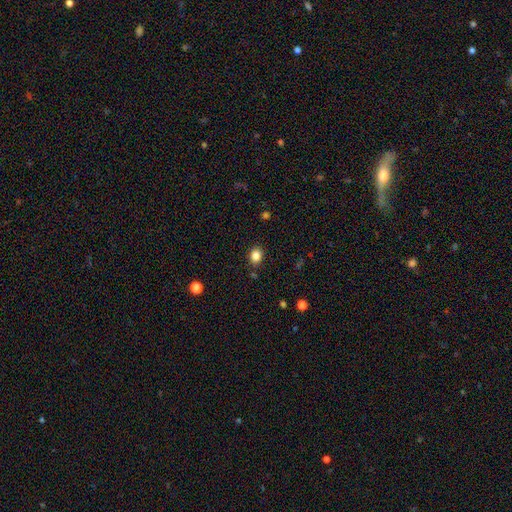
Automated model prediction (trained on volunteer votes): Overall: smooth (85%). How rounded: round (51%; in between 48%). Merging: none (86%).